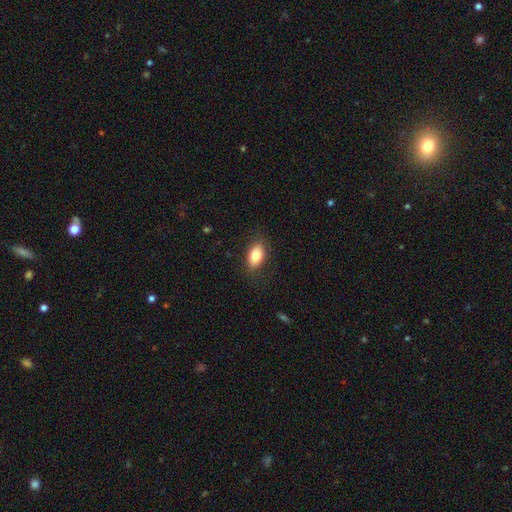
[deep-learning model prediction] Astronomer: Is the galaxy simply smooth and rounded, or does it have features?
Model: smooth — 82%.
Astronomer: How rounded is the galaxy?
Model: in between — 89%.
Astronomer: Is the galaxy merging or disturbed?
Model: none — 84%.